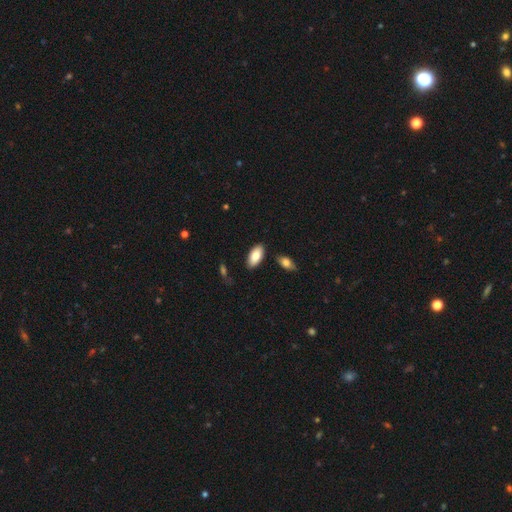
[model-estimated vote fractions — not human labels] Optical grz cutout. It shows a smooth galaxy with no disk features (84%) that is in between round and cigar-shaped (92%). Merging: none (84%).